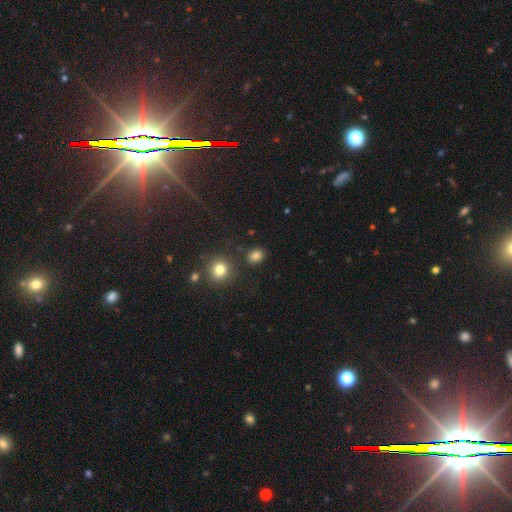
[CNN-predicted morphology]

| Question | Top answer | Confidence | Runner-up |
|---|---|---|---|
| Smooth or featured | smooth | 81% | star or artifact (14%) |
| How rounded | round | 55% | in between (44%) |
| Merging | none | 82% | minor disturbance (10%) |